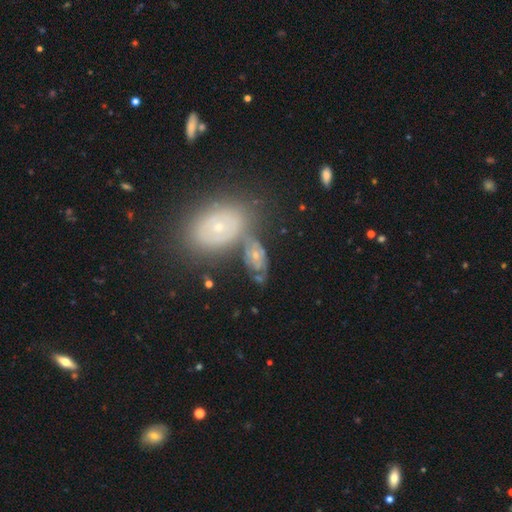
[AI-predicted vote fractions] Overall: featured or disk (62%; smooth 28%). Edge-on disk: no (94%). Bar: no (77%). Spiral arms: yes (66%; no 34%). Bulge size: small (65%; moderate 28%). Merging: merger (36%; none 35%).